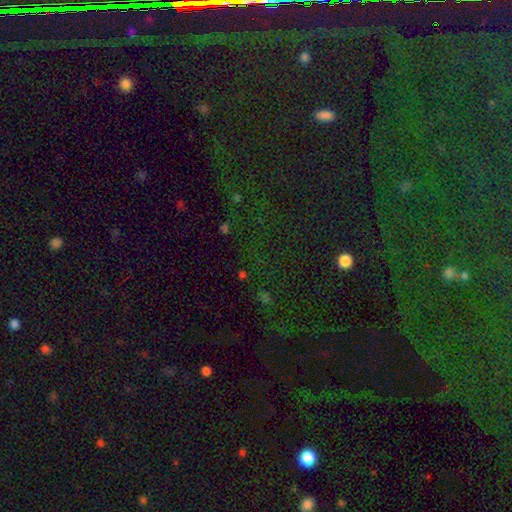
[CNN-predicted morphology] star or artifact 76%, smooth 15%, featured or disk 9%.